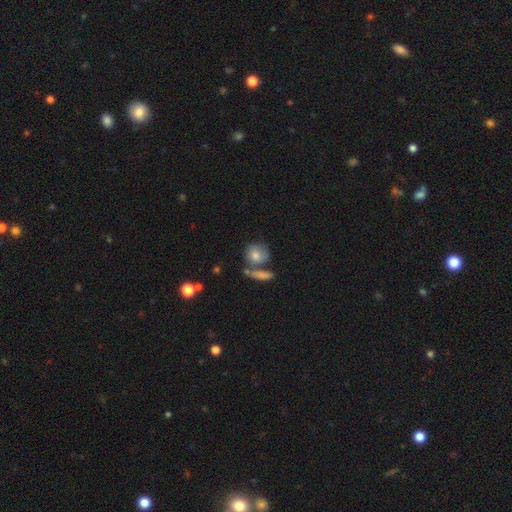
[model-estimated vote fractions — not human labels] Smooth or featured?
  - smooth: 65% *
  - featured or disk: 24%
  - star or artifact: 11%
How rounded?
  - round: 73% *
  - in between: 22%
  - cigar-shaped: 5%
Merging?
  - none: 54% *
  - merger: 26%
  - minor disturbance: 14%
  - major disturbance: 6%